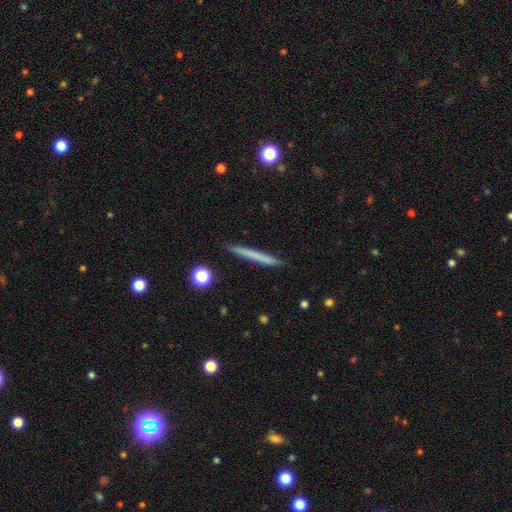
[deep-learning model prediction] Q: Smooth or featured?
A: smooth (64%); runner-up: featured or disk (30%)
Q: How rounded?
A: cigar-shaped (97%); runner-up: in between (2%)
Q: Merging?
A: none (91%); runner-up: minor disturbance (6%)